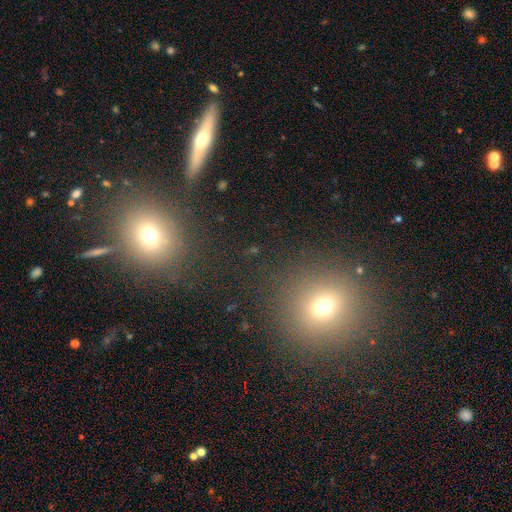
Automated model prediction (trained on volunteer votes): smooth 49%, star or artifact 35%, featured or disk 17%. Down the decision tree: merging — none (85%).